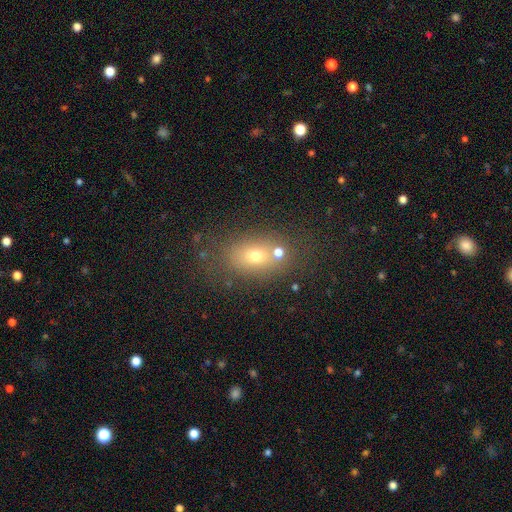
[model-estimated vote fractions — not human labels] smooth 65%, featured or disk 18%, star or artifact 17%. Down the decision tree: how rounded — in between (72%); merging — none (60%).